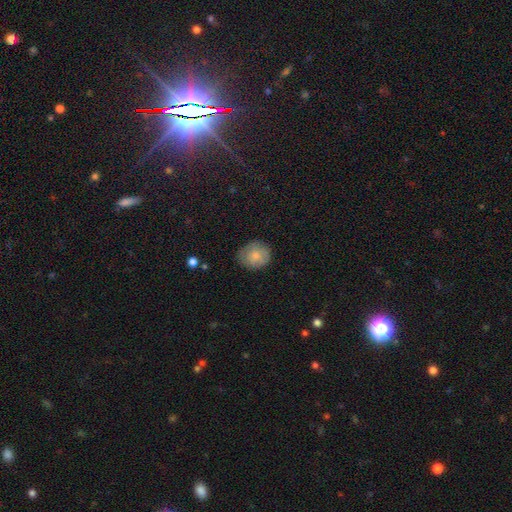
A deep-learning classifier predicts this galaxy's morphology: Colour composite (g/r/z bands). It shows a smooth galaxy with no disk features (74%) that is round (77%). Merging: none (75%).